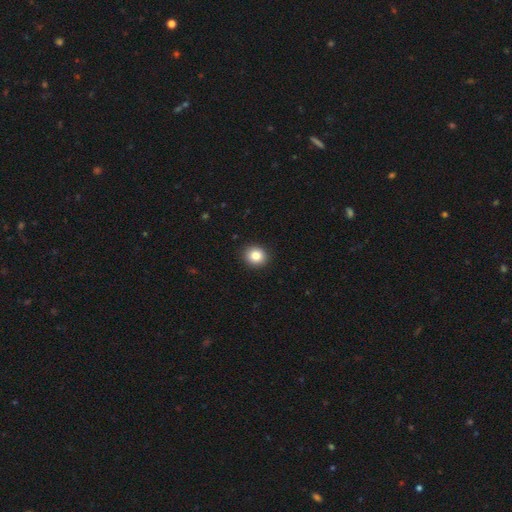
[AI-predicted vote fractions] Overall: smooth (83%). How rounded: round (81%). Merging: none (92%).